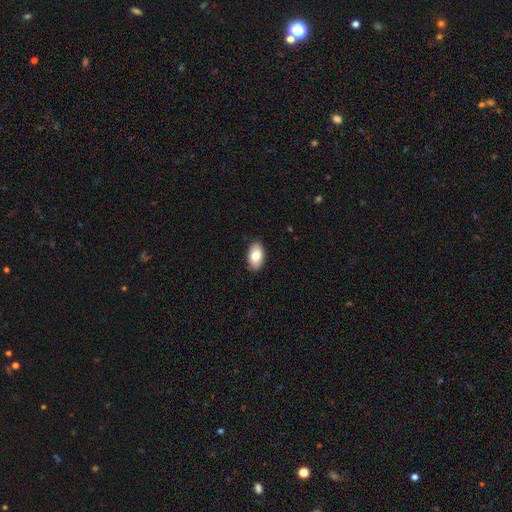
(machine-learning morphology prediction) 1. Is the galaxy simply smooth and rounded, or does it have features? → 81% smooth, 12% featured or disk, 7% star or artifact.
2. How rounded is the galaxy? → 93% in between, 5% round, 2% cigar-shaped.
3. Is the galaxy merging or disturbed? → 88% none, 9% minor disturbance, 2% major disturbance, 1% merger.